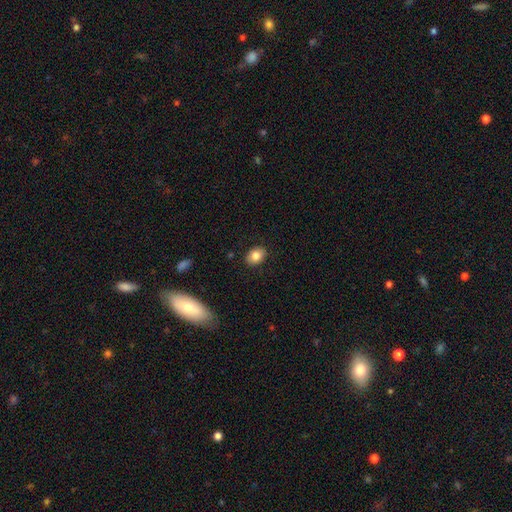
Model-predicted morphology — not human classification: smooth_or_featured: smooth (p=0.83) [alt: star or artifact p=0.09]
how_rounded: in between (p=0.71) [alt: round p=0.28]
merging: none (p=0.88) [alt: minor disturbance p=0.09]